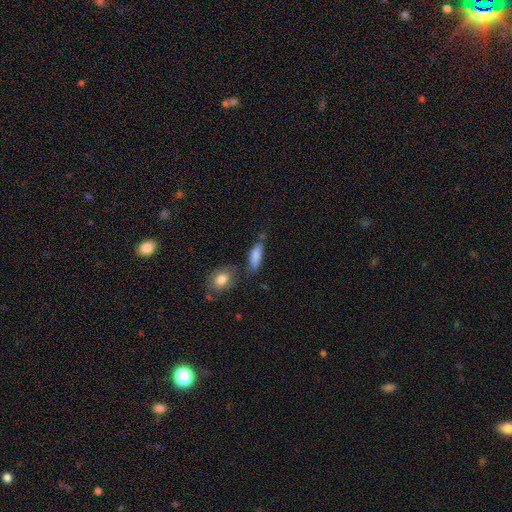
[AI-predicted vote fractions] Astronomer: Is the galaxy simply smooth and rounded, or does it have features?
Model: smooth — 84%.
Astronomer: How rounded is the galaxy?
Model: in between — 64%.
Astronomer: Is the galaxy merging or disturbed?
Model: none — 56%.